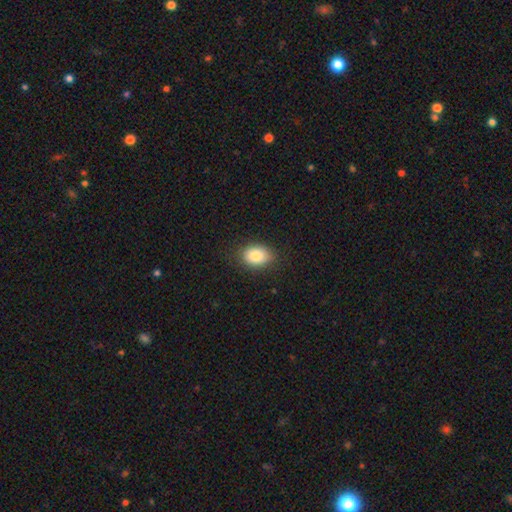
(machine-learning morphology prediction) Smooth or featured?
  - smooth: 84% *
  - star or artifact: 9%
  - featured or disk: 7%
How rounded?
  - in between: 74% *
  - round: 25%
  - cigar-shaped: 1%
Merging?
  - none: 83% *
  - minor disturbance: 12%
  - major disturbance: 3%
  - merger: 1%